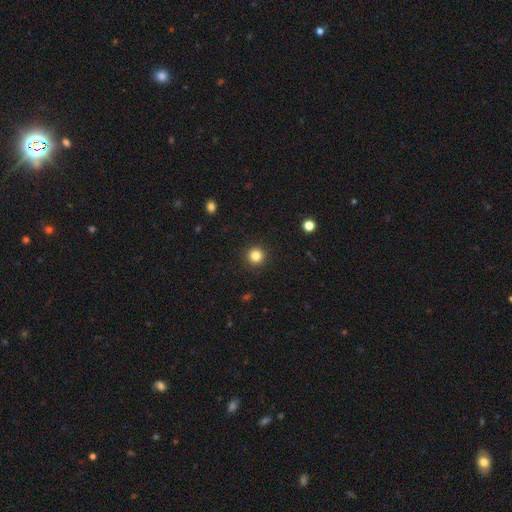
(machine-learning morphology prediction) Smooth or featured: smooth — 83% (star or artifact — 12%)
How rounded: round — 96% (in between — 3%)
Merging: none — 92% (minor disturbance — 5%)